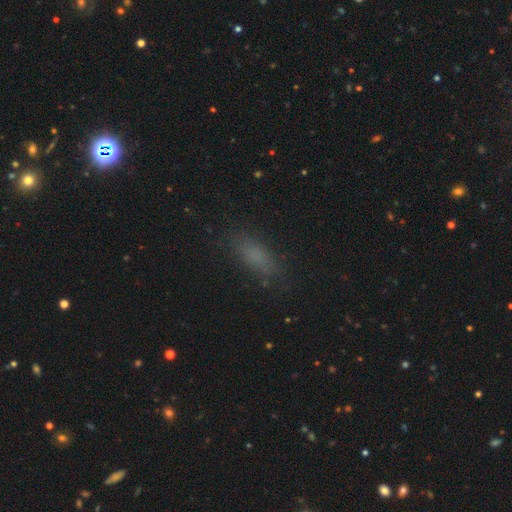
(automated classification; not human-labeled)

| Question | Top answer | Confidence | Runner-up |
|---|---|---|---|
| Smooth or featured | smooth | 75% | star or artifact (16%) |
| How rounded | in between | 71% | cigar-shaped (24%) |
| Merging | none | 79% | minor disturbance (14%) |